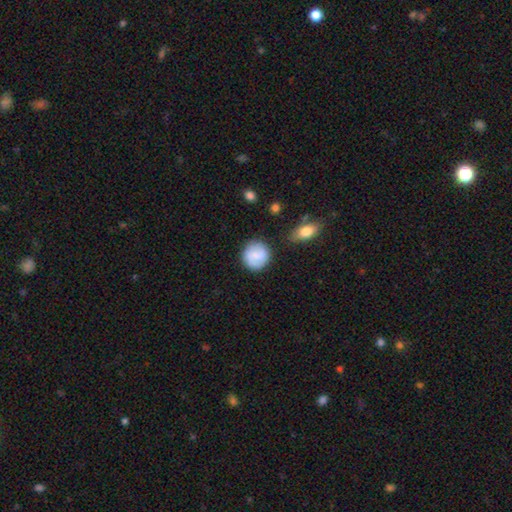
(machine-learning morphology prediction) Smooth or featured? Predicted: smooth (p=0.73). How rounded? Predicted: round (p=0.88). Merging? Predicted: none (p=0.83).